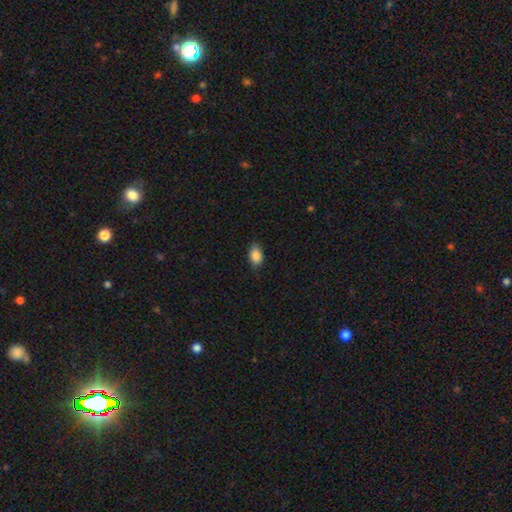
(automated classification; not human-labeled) A smooth galaxy with no disk features (87%) that is in between round and cigar-shaped (88%). Merging: none (79%).